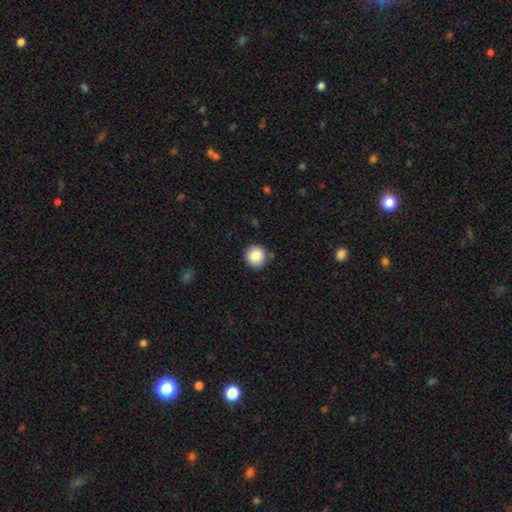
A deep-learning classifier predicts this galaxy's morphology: Smooth or featured? smooth (87%)
How rounded? round (94%)
Merging? none (88%)